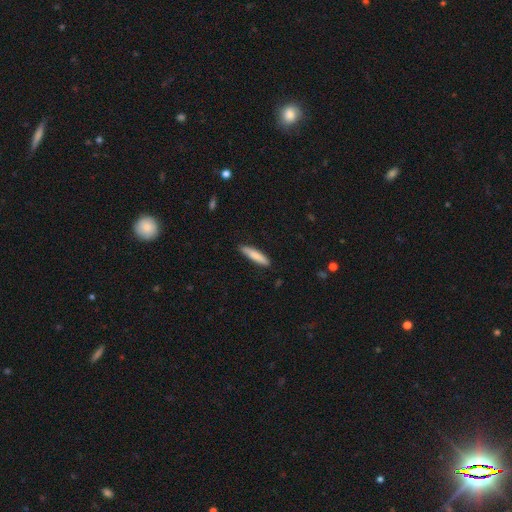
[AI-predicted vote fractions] smooth-or-featured: smooth: 82% | featured or disk: 12% | star or artifact: 5%
  how-rounded: cigar-shaped: 82% | in between: 16% | round: 1%
  merging: none: 86% | minor disturbance: 11% | major disturbance: 2% | merger: 1%